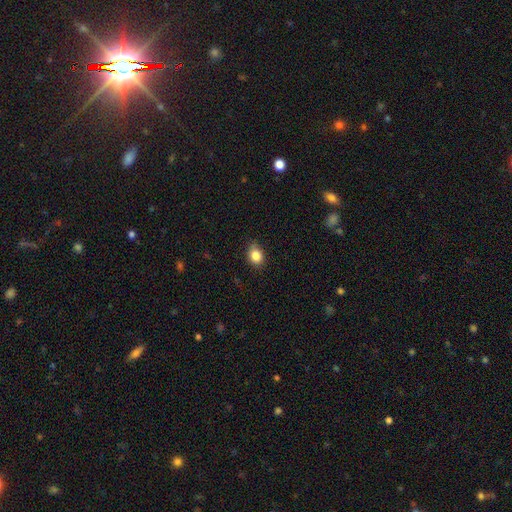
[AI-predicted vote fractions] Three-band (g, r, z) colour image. It shows a smooth galaxy with no disk features (84%) that is round (50%). Merging: none (75%).